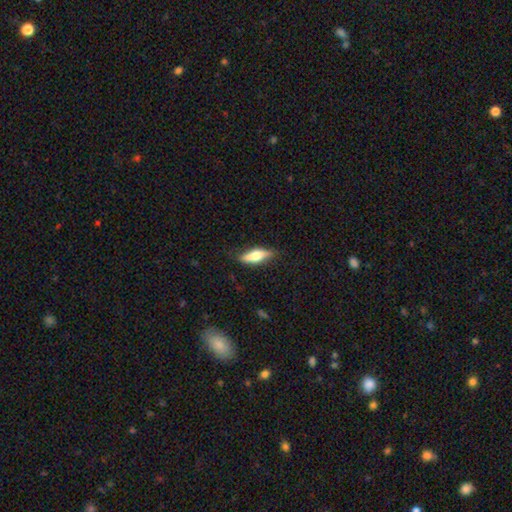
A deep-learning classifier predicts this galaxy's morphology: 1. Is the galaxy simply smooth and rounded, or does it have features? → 54% smooth, 40% featured or disk, 6% star or artifact.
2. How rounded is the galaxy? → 52% in between, 45% cigar-shaped, 3% round.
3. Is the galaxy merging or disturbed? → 79% none, 17% minor disturbance, 4% major disturbance, 1% merger.